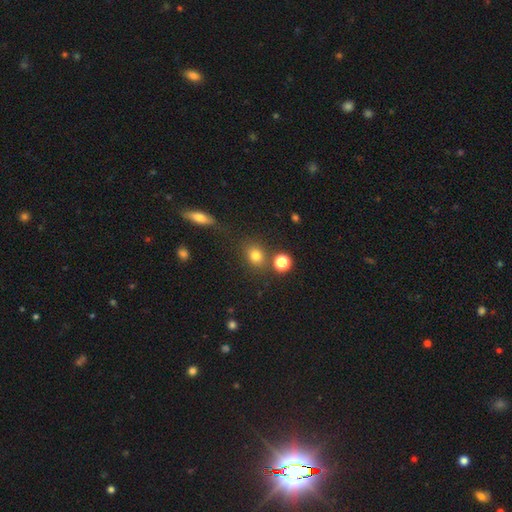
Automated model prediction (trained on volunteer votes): Smooth or featured? smooth (77%)
How rounded? round (64%)
Merging? none (75%)